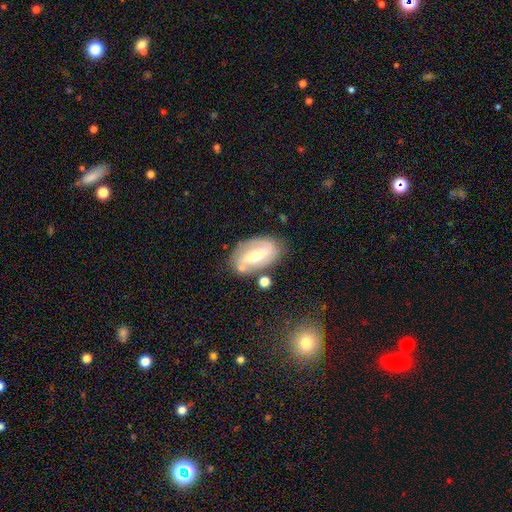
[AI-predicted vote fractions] smooth-or-featured: featured or disk: 61% | smooth: 32% | star or artifact: 7%
  disk-edge-on: no: 88% | yes: 12%
    bar: strong: 49% | weak: 32% | no: 19%
    has-spiral-arms: yes: 58% | no: 42%
    bulge-size: moderate: 60% | small: 29% | large: 8% | none: 2% | dominant: 1%
  merging: none: 71% | minor disturbance: 17% | merger: 6% | major disturbance: 6%